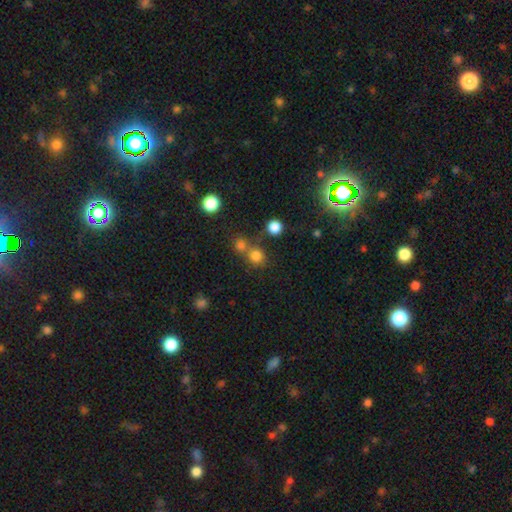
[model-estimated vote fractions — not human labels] smooth-or-featured: smooth: 77% | star or artifact: 16% | featured or disk: 7%
  how-rounded: round: 86% | in between: 13% | cigar-shaped: 1%
  merging: none: 56% | merger: 32% | minor disturbance: 8% | major disturbance: 4%